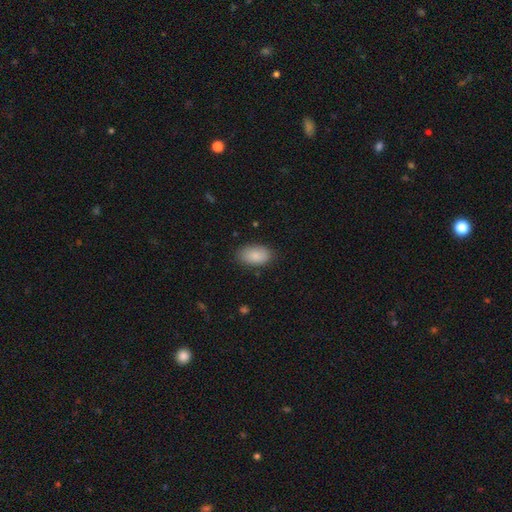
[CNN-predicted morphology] smooth 87%, featured or disk 7%, star or artifact 6%. Down the decision tree: how rounded — in between (94%); merging — none (83%).